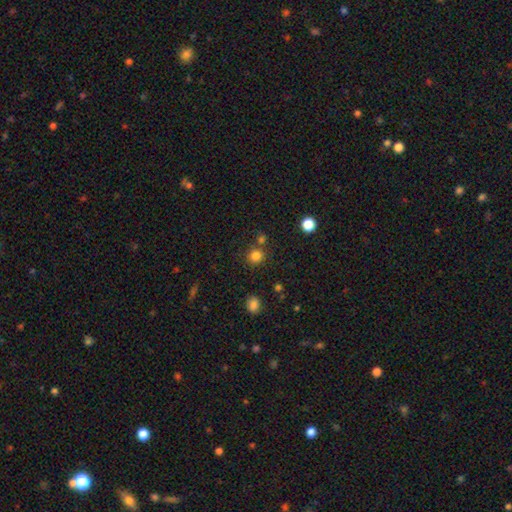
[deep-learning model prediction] Smooth or featured? smooth (81%)
How rounded? round (86%)
Merging? none (74%)